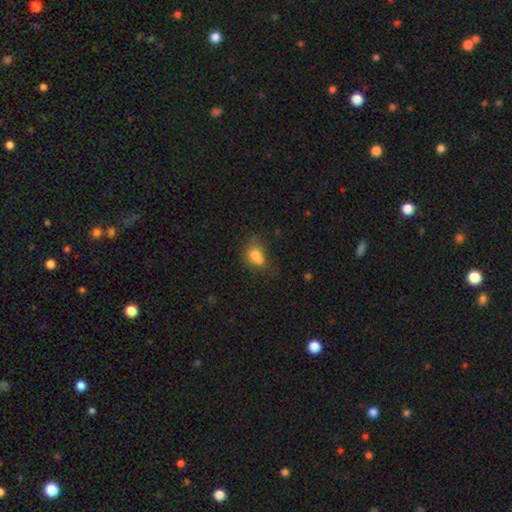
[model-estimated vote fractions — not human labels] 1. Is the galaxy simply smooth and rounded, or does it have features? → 74% smooth, 14% featured or disk, 12% star or artifact.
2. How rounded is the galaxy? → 63% in between, 36% round, 2% cigar-shaped.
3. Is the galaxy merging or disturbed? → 36% none, 29% merger, 23% minor disturbance, 12% major disturbance.